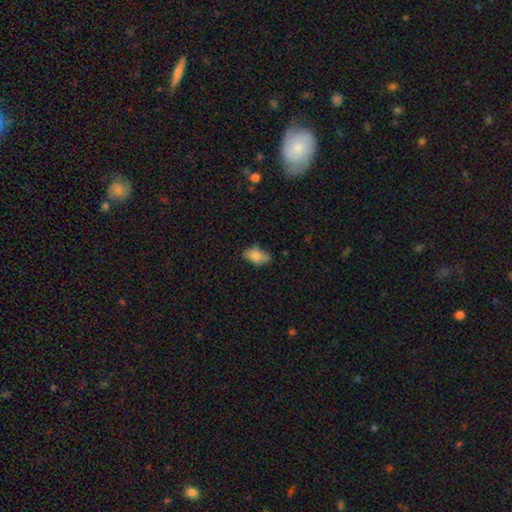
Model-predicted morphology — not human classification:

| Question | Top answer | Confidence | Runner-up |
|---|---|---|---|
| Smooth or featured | smooth | 76% | featured or disk (15%) |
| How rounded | in between | 89% | round (7%) |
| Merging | none | 55% | minor disturbance (31%) |